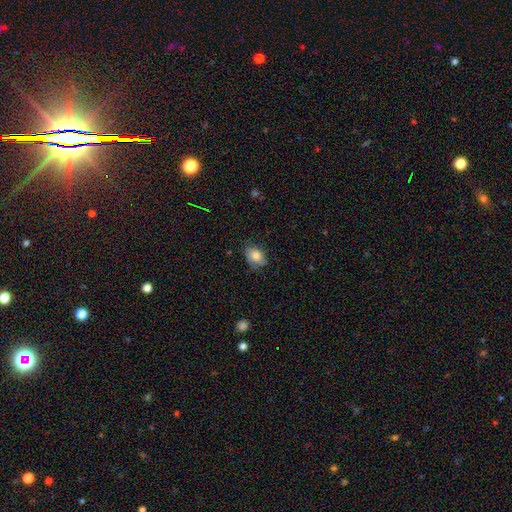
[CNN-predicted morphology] smooth_or_featured: smooth (p=0.79) [alt: featured or disk p=0.12]
how_rounded: in between (p=0.73) [alt: round p=0.25]
merging: none (p=0.69) [alt: minor disturbance p=0.25]